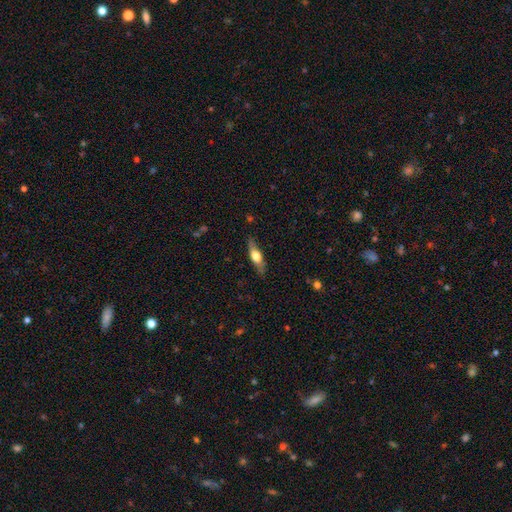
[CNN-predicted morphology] smooth_or_featured: smooth (p=0.52) [alt: featured or disk p=0.42]
how_rounded: cigar-shaped (p=0.56) [alt: in between p=0.41]
merging: none (p=0.81) [alt: minor disturbance p=0.14]